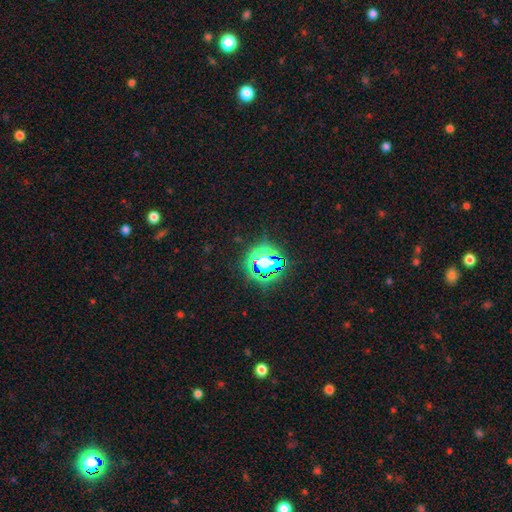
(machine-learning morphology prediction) A star or artifact, not a galaxy (77%).